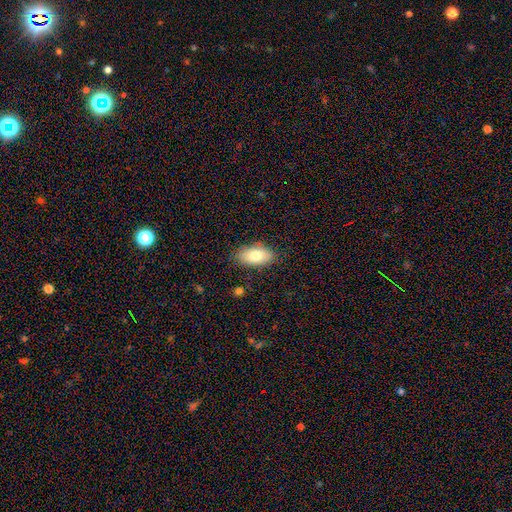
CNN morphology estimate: This appears to be a smooth galaxy with no disk features (79%) that is in between round and cigar-shaped (92%). Merging: none (83%).